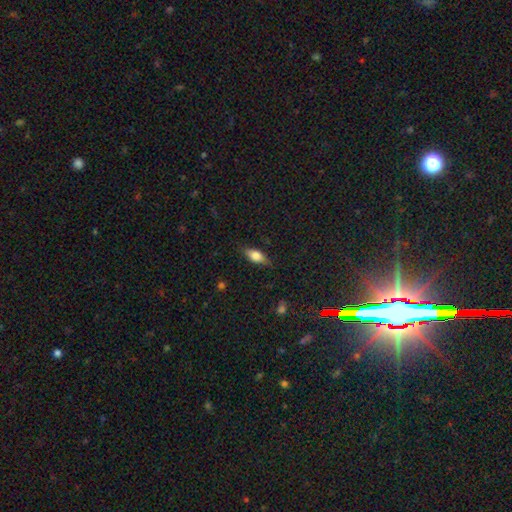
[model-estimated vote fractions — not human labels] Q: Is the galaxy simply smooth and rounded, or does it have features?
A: smooth — 66%.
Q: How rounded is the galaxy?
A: in between — 76%.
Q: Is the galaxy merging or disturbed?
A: none — 82%.